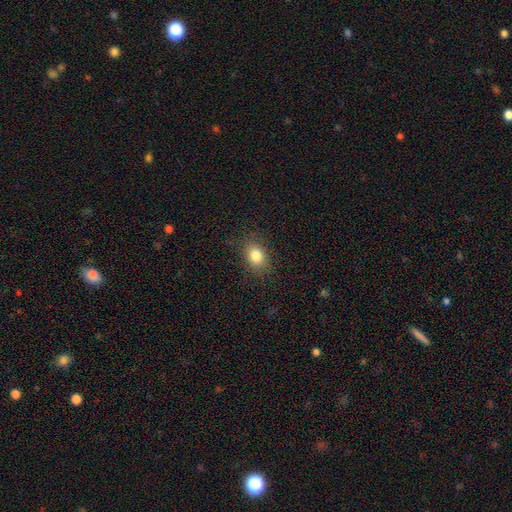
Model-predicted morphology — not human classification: Overall: smooth (83%). How rounded: in between (64%; round 34%). Merging: none (85%).